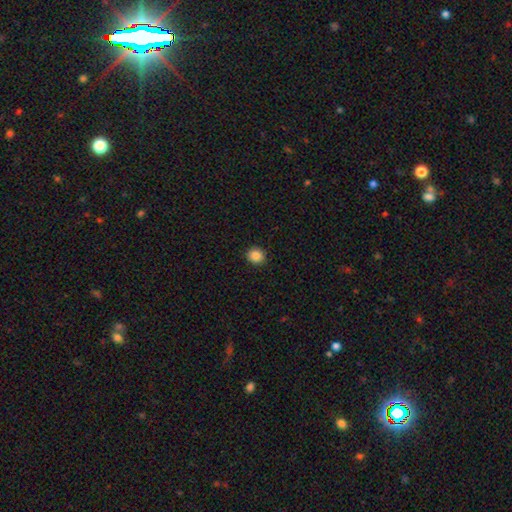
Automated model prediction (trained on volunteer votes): Overall: smooth (87%). How rounded: round (88%). Merging: none (92%).